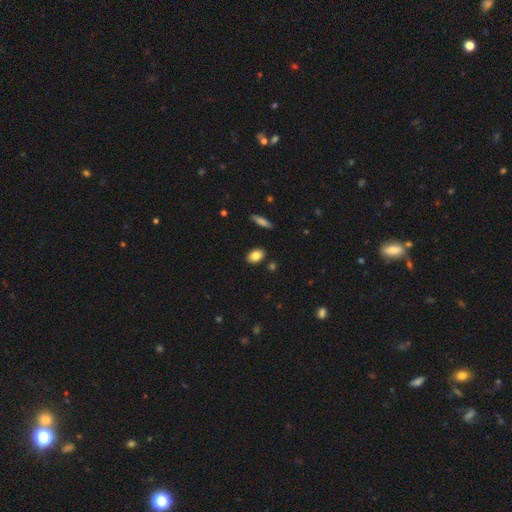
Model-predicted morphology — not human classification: Q: Smooth or featured?
A: smooth (84%); runner-up: star or artifact (8%)
Q: How rounded?
A: in between (83%); runner-up: round (15%)
Q: Merging?
A: none (88%); runner-up: minor disturbance (8%)